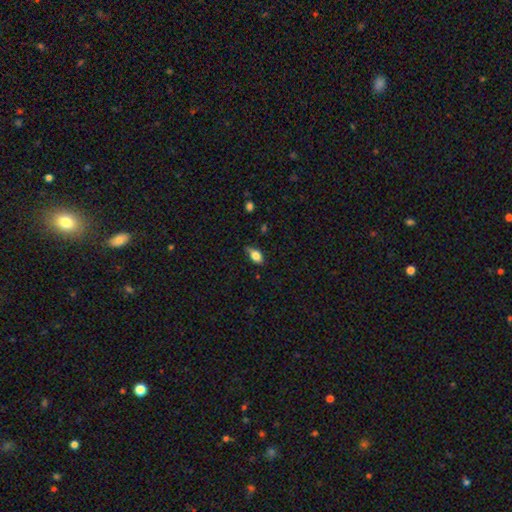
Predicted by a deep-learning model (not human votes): smooth_or_featured: smooth (p=0.81) [alt: featured or disk p=0.11]
how_rounded: in between (p=0.85) [alt: round p=0.11]
merging: none (p=0.57) [alt: minor disturbance p=0.34]